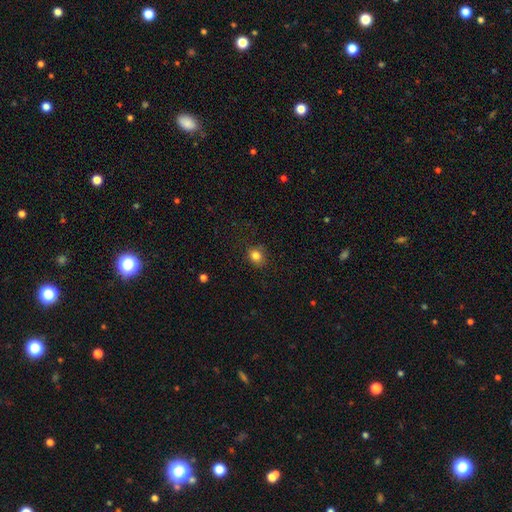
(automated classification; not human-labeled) smooth_or_featured: smooth (p=0.82) [alt: star or artifact p=0.12]
how_rounded: round (p=0.68) [alt: in between p=0.31]
merging: none (p=0.83) [alt: minor disturbance p=0.12]